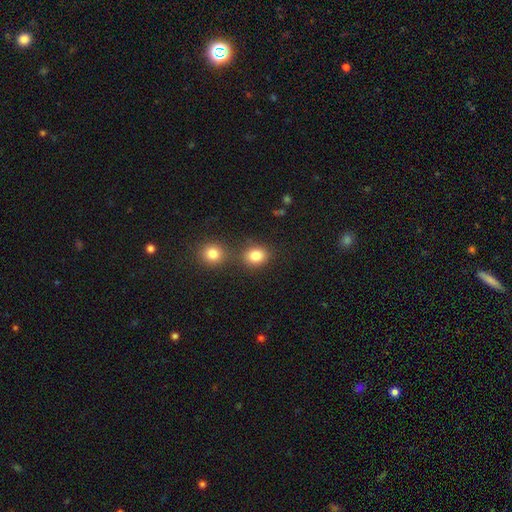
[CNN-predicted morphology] Smooth or featured: smooth — 83% (star or artifact — 11%)
How rounded: round — 64% (in between — 35%)
Merging: none — 68% (merger — 19%)